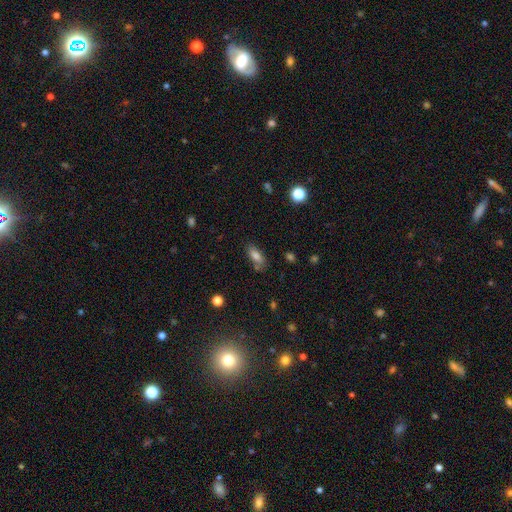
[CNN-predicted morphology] A smooth galaxy with no disk features (80%) that is in between round and cigar-shaped (80%).

Vote fractions:
- Smooth or featured? smooth: 80% / featured or disk: 11% / star or artifact: 9%
- How rounded? in between: 80% / cigar-shaped: 16% / round: 3%
- Merging? none: 72% / minor disturbance: 17% / merger: 7% / major disturbance: 4%